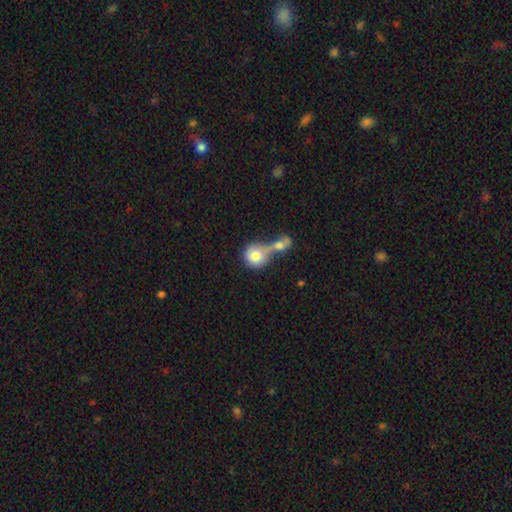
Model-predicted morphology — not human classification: A smooth galaxy with no disk features (75%) that is round (83%). Merging: merger (71%).